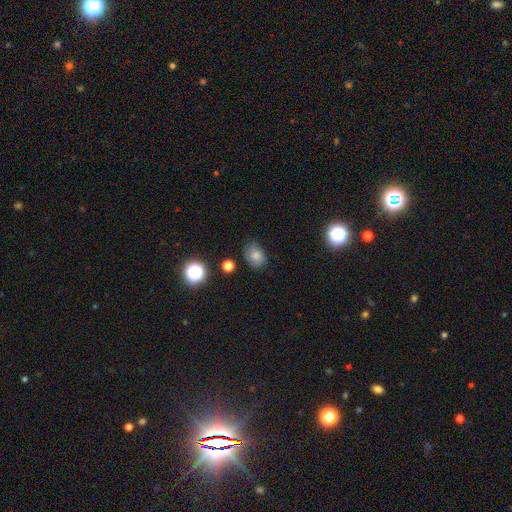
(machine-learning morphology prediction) A smooth galaxy with no disk features (74%) that is in between round and cigar-shaped (65%). Merging: none (71%).